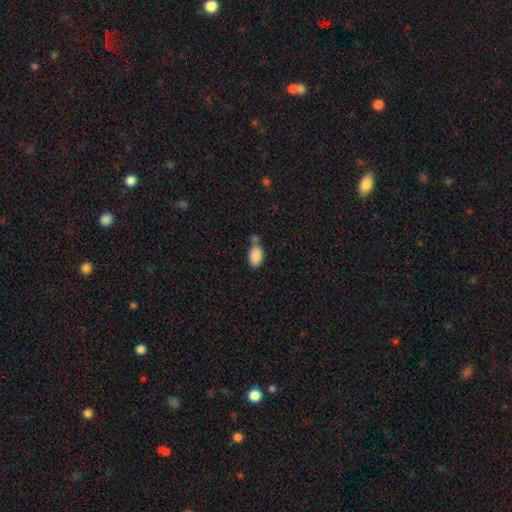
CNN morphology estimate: smooth-or-featured: smooth: 87% | star or artifact: 8% | featured or disk: 5%
  how-rounded: in between: 92% | round: 7% | cigar-shaped: 2%
  merging: none: 44% | merger: 31% | minor disturbance: 19% | major disturbance: 6%